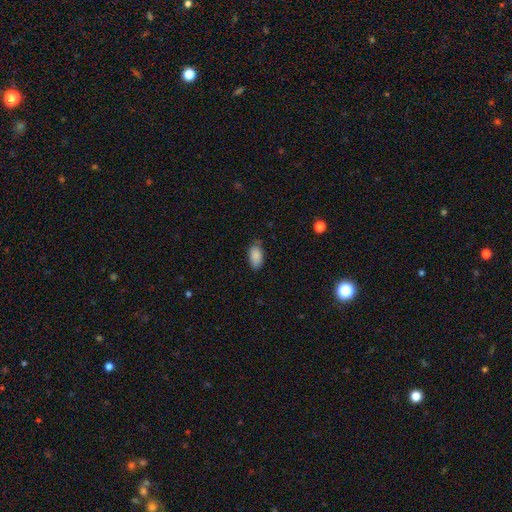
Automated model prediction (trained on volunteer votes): Smooth or featured: smooth — 88% (star or artifact — 7%)
How rounded: in between — 93% (round — 4%)
Merging: none — 74% (minor disturbance — 21%)